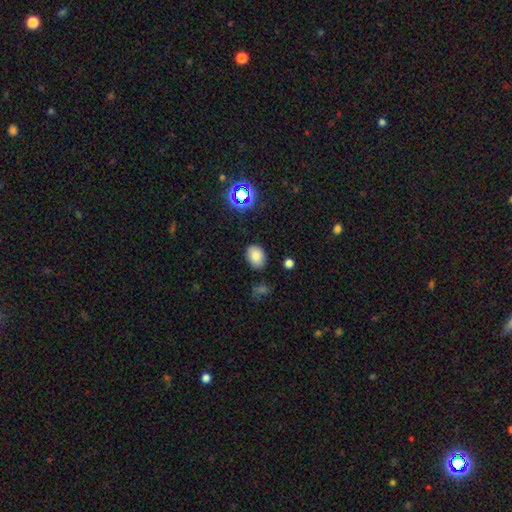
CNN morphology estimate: Overall: smooth (78%). How rounded: in between (74%). Merging: none (84%).